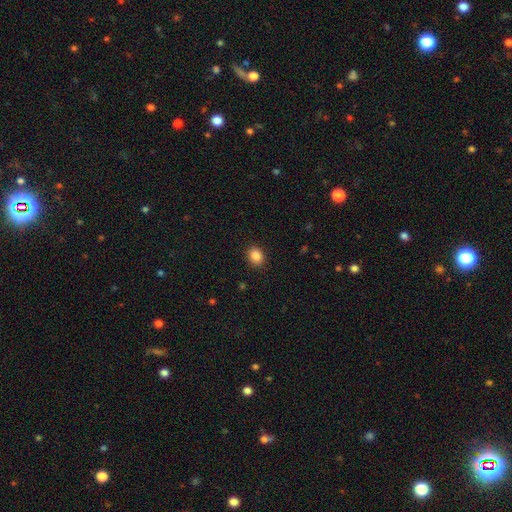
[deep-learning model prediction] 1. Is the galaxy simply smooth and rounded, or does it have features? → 87% smooth, 10% star or artifact, 4% featured or disk.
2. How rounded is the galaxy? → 52% round, 47% in between, 1% cigar-shaped.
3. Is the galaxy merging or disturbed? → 90% none, 7% minor disturbance, 2% major disturbance, 1% merger.